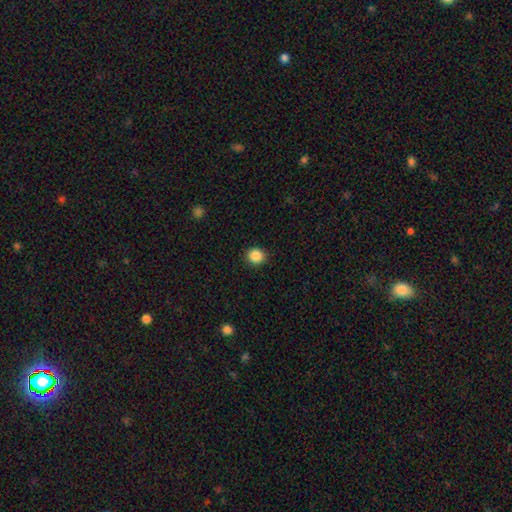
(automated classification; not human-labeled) Q: Smooth or featured?
A: smooth (87%); runner-up: star or artifact (10%)
Q: How rounded?
A: round (91%); runner-up: in between (8%)
Q: Merging?
A: none (91%); runner-up: minor disturbance (6%)